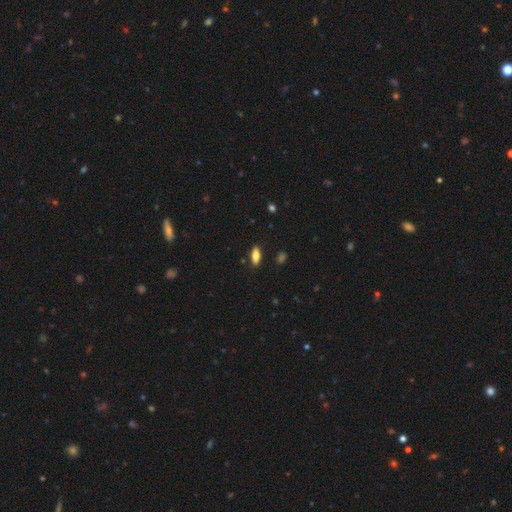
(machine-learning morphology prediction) Smooth or featured? smooth (75%)
How rounded? in between (76%)
Merging? none (87%)